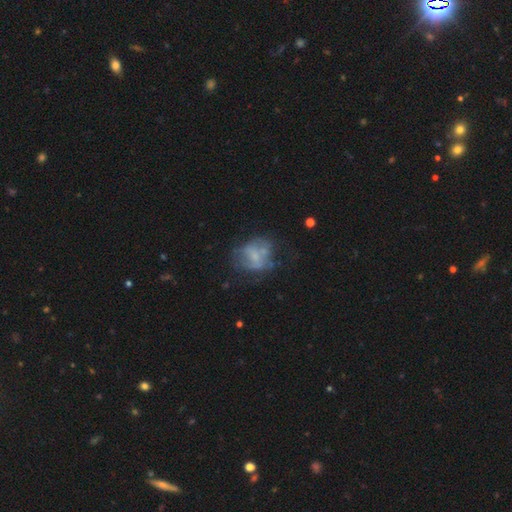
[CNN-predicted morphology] Smooth or featured: featured or disk — 50% (smooth — 39%)
Merging: none — 44% (major disturbance — 25%)